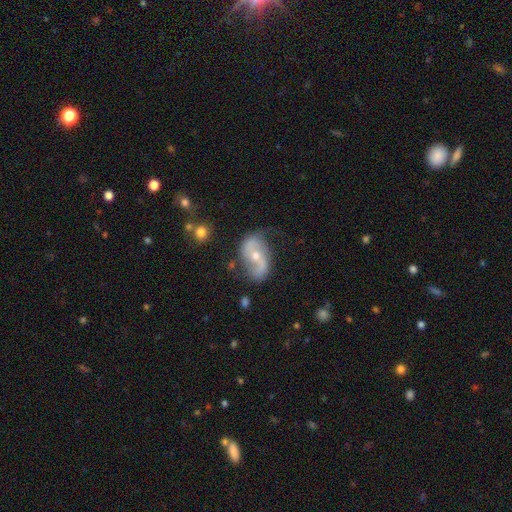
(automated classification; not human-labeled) Overall: featured or disk (77%). Edge-on disk: no (96%). Bar: no (50%; weak 34%). Spiral arms: yes (89%). Spiral arm count: 2 (88%). Spiral winding: loose (57%; medium 32%). Bulge size: moderate (56%; small 39%). Merging: none (62%; minor disturbance 24%).